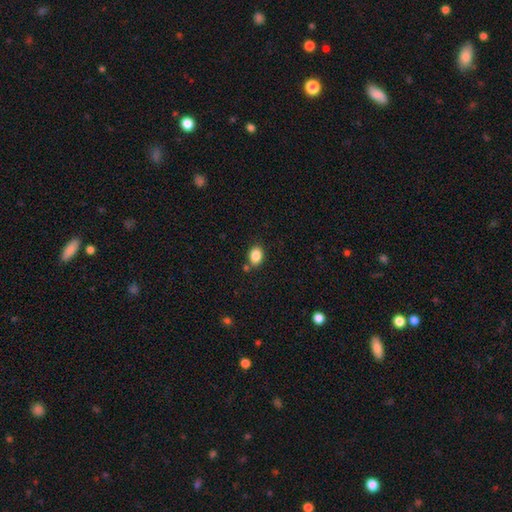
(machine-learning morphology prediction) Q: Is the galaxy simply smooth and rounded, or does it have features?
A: smooth — 86%.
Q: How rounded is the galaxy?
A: in between — 72%.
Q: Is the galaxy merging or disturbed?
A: none — 78%.